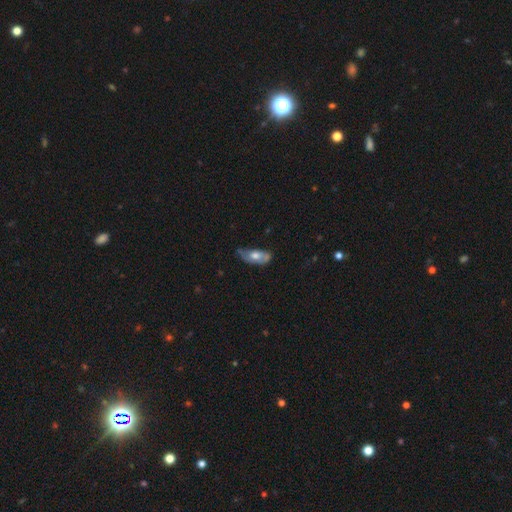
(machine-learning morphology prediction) Smooth or featured: smooth — 50% (featured or disk — 44%)
Merging: minor disturbance — 41% (tied with none — 41%)